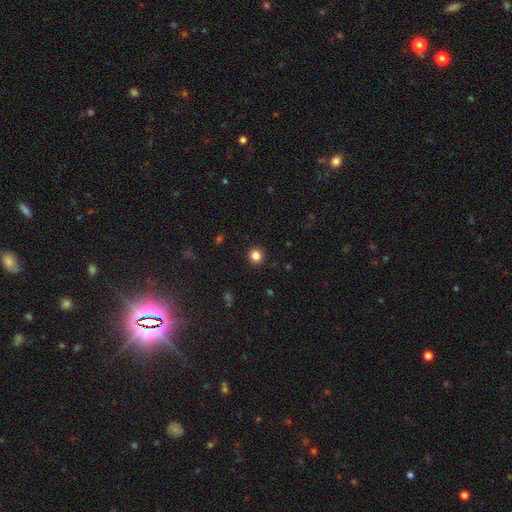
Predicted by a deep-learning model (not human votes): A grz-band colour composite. It shows a smooth galaxy with no disk features (83%) that is round (91%). Merging: none (92%).